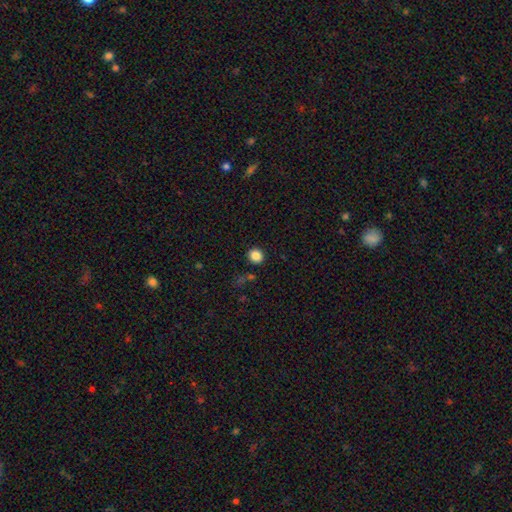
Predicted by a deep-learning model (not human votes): The model was most divided on "how rounded": round: 85%, in between: 14%, cigar-shaped: 1%. More confident: merging — none (89%); smooth or featured — smooth (85%).